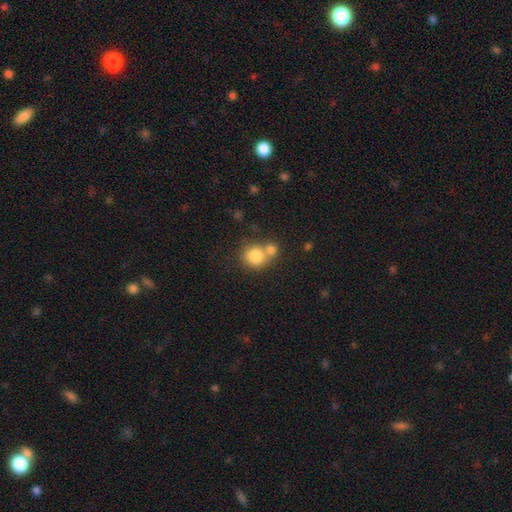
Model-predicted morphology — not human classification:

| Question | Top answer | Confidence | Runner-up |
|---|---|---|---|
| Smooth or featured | smooth | 80% | featured or disk (10%) |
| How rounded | round | 84% | in between (15%) |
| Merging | merger | 48% | none (41%) |